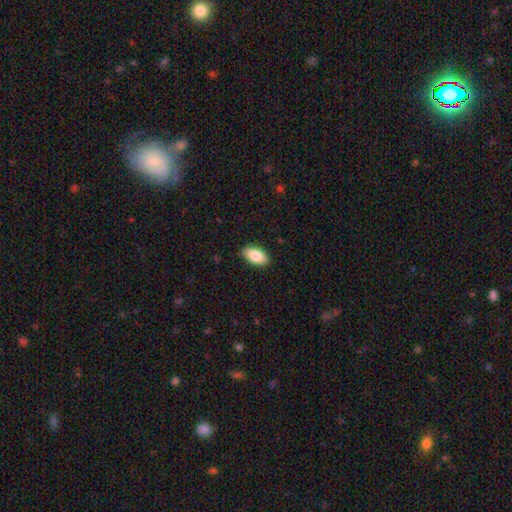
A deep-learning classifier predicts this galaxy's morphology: type=smooth (84%); roundness=in between (94%); merging=none (89%).